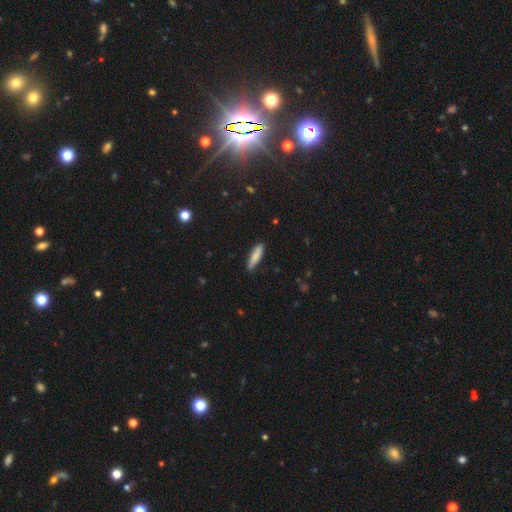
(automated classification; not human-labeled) Smooth or featured: smooth — 81% (featured or disk — 13%)
How rounded: cigar-shaped — 74% (in between — 24%)
Merging: none — 83% (minor disturbance — 14%)